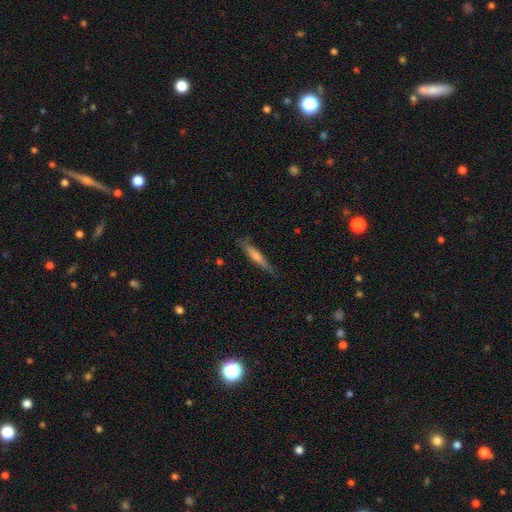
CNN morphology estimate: Smooth or featured? Predicted: featured or disk (p=0.58). Edge-on disk? Predicted: yes (p=0.94). Edge-on bulge? Predicted: rounded (p=0.62). Merging? Predicted: none (p=0.84).